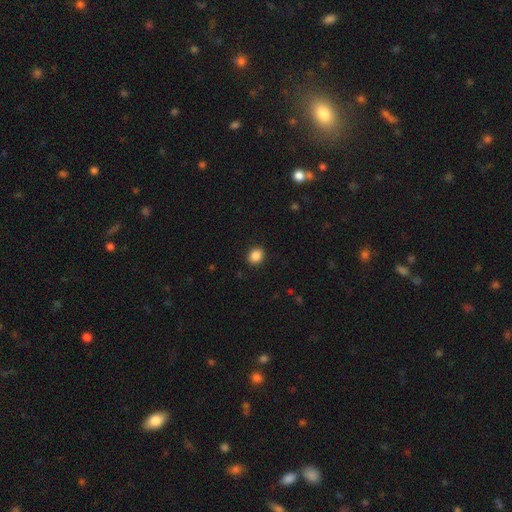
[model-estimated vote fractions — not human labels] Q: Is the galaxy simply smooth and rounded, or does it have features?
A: smooth — 87%.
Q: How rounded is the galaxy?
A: round — 65%.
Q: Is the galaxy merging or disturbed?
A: none — 91%.